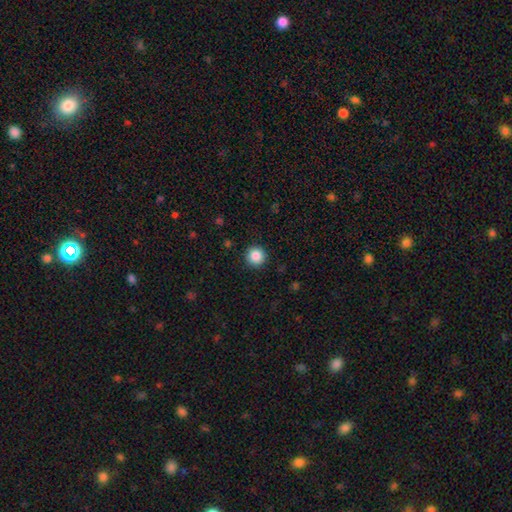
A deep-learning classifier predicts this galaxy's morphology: smooth_or_featured: smooth (p=0.87) [alt: star or artifact p=0.10]
how_rounded: round (p=0.96) [alt: in between p=0.03]
merging: none (p=0.92) [alt: minor disturbance p=0.05]